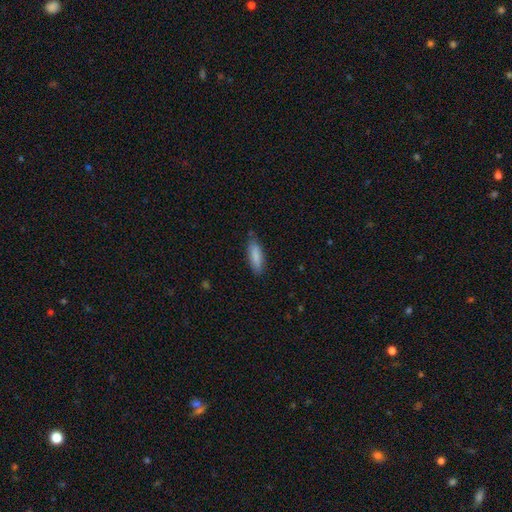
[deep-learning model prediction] Q: Smooth or featured?
A: smooth (85%); runner-up: featured or disk (9%)
Q: How rounded?
A: in between (53%); runner-up: cigar-shaped (45%)
Q: Merging?
A: none (79%); runner-up: minor disturbance (17%)